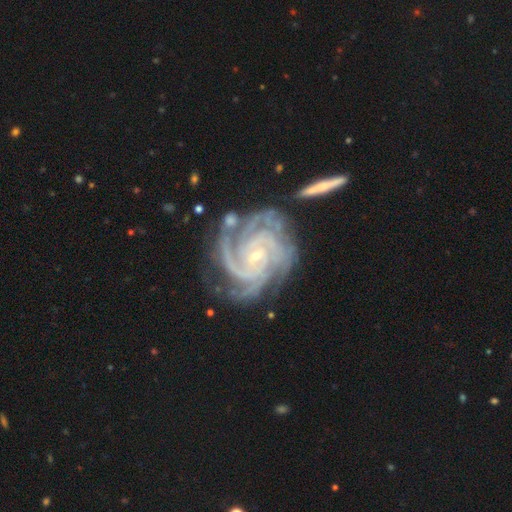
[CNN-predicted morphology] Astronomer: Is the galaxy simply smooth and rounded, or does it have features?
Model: featured or disk — 93%.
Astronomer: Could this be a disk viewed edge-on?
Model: no — 98%.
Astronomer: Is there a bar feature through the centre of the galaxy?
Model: no — 57%.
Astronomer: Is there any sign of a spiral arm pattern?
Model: yes — 99%.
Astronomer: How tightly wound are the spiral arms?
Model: tight — 76%.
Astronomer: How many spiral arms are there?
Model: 4 — 43% (runner-up: 3, 27%).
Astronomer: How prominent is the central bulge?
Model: small — 82%.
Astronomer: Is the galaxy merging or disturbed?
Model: none — 61%.